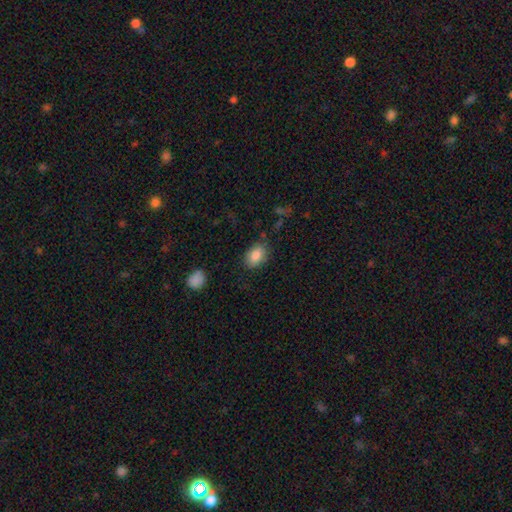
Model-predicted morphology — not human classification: Smooth or featured? Predicted: smooth (p=0.86). How rounded? Predicted: in between (p=0.86). Merging? Predicted: none (p=0.81).